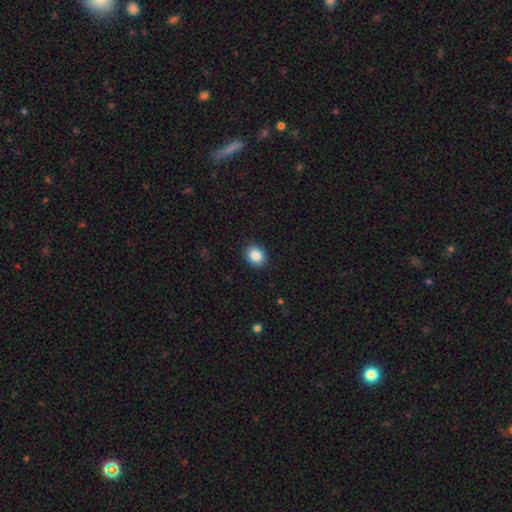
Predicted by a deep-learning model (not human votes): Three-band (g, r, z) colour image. It shows a smooth galaxy with no disk features (86%) that is round (56%). Merging: none (90%).